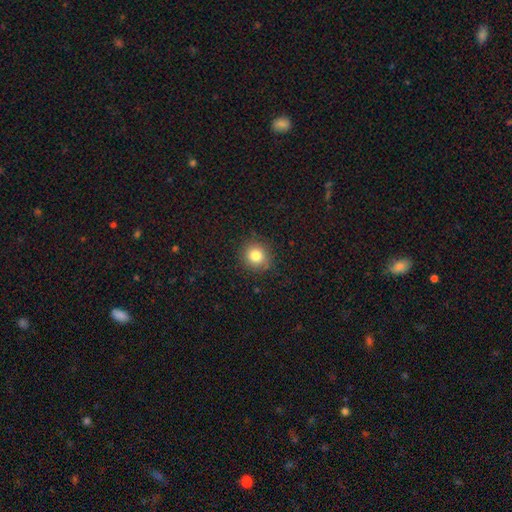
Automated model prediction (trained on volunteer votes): Smooth or featured: smooth — 82% (star or artifact — 12%)
How rounded: round — 87% (in between — 12%)
Merging: none — 87% (minor disturbance — 9%)